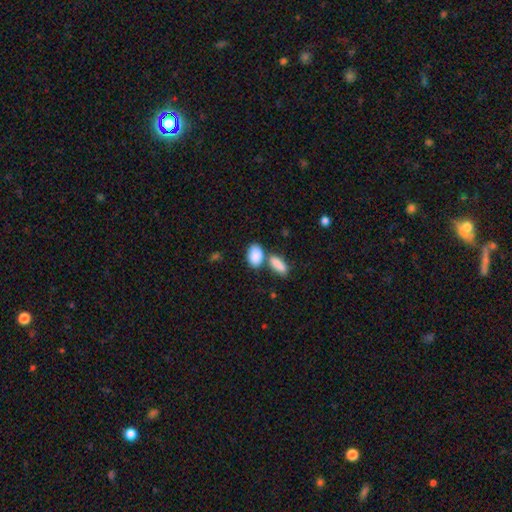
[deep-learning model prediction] The model was most divided on "merging": none: 47%, merger: 39%, minor disturbance: 11%, major disturbance: 4%. More confident: how rounded — in between (89%); smooth or featured — smooth (88%).